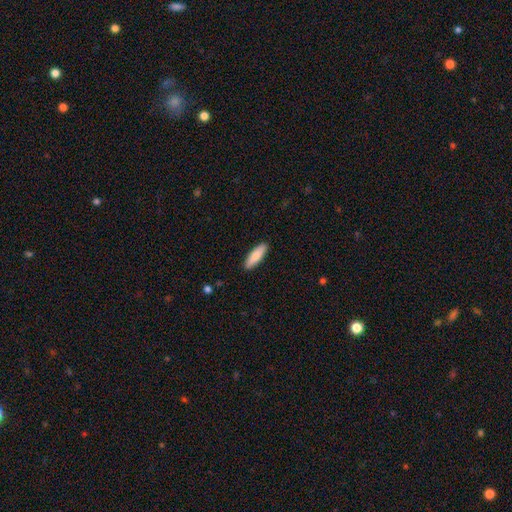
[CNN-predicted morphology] smooth 81%, featured or disk 14%, star or artifact 5%. Down the decision tree: how rounded — cigar-shaped (54%); merging — none (90%).